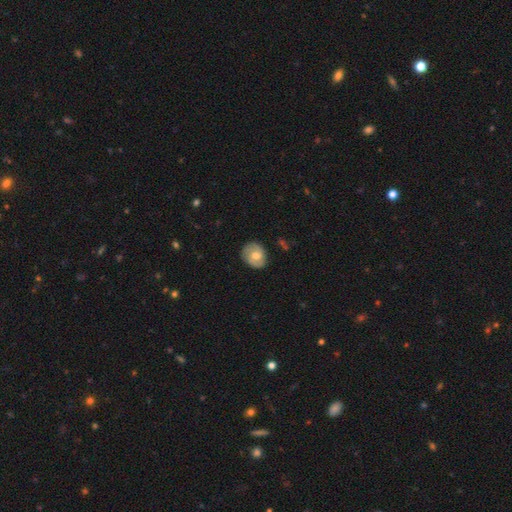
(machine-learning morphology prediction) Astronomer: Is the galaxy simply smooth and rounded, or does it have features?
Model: smooth — 53% (runner-up: featured or disk, 40%).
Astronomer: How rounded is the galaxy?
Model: round — 61% (runner-up: in between, 38%).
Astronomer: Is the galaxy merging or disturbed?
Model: none — 76%.